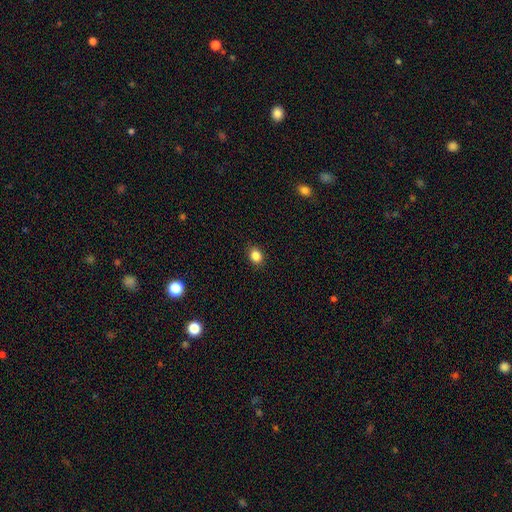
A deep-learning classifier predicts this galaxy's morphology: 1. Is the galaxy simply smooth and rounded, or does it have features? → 85% smooth, 10% star or artifact, 4% featured or disk.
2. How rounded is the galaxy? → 51% in between, 49% round, 1% cigar-shaped.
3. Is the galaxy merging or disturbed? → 90% none, 7% minor disturbance, 2% major disturbance, 1% merger.